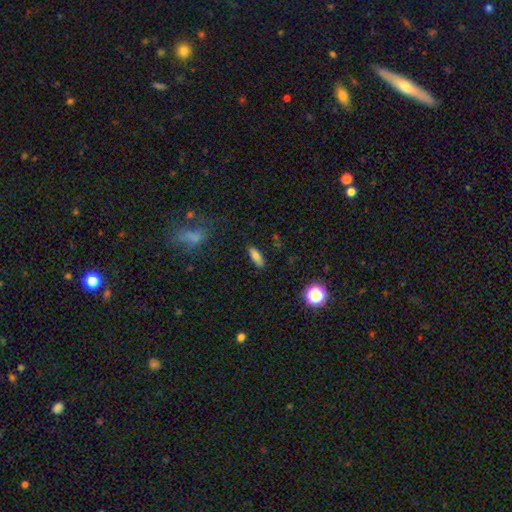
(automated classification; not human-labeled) smooth_or_featured: smooth (p=0.77) [alt: featured or disk p=0.12]
how_rounded: in between (p=0.72) [alt: cigar-shaped p=0.25]
merging: none (p=0.85) [alt: minor disturbance p=0.11]